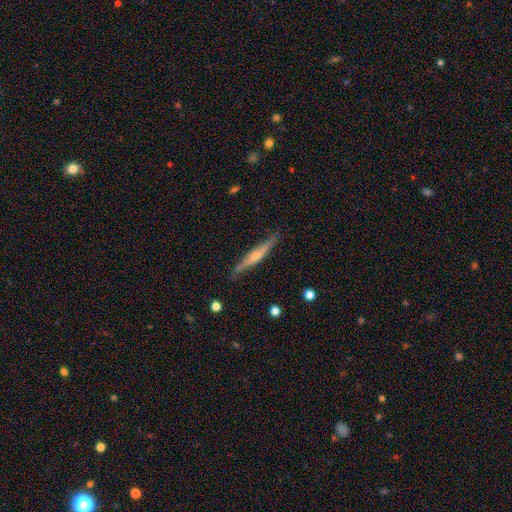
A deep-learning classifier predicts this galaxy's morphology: Q: Smooth or featured?
A: featured or disk (66%); runner-up: smooth (28%)
Q: Edge-on disk?
A: yes (94%); runner-up: no (6%)
Q: Edge-on bulge?
A: rounded (75%); runner-up: none (17%)
Q: Merging?
A: none (84%); runner-up: minor disturbance (13%)